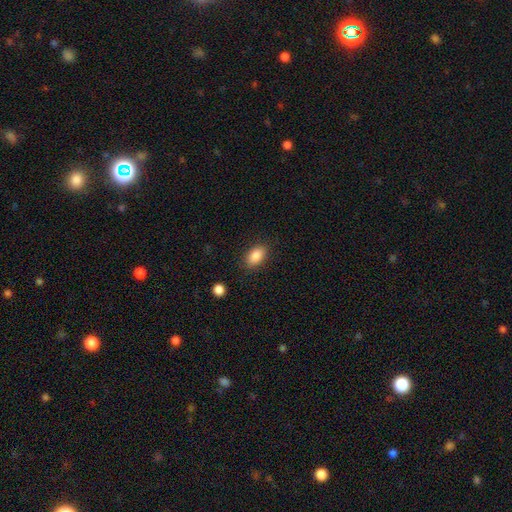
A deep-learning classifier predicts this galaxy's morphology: Smooth or featured? smooth (87%)
How rounded? in between (89%)
Merging? none (85%)